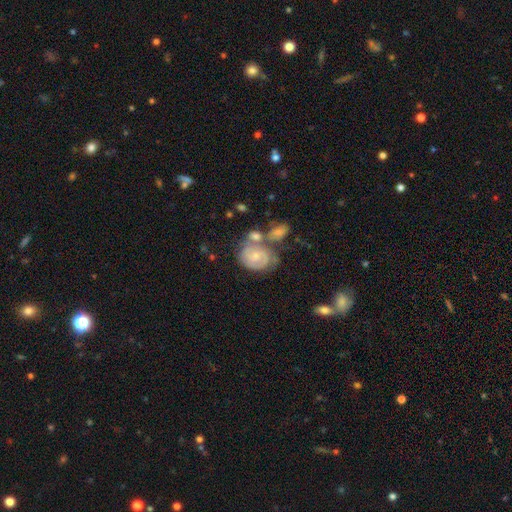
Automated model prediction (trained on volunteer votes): Smooth or featured? Predicted: featured or disk (p=0.63). Edge-on disk? Predicted: no (p=0.97). Bar? Predicted: no (p=0.70). Spiral arms? Predicted: yes (p=0.86). Spiral winding? Predicted: tight (p=0.59). Spiral arm count? Predicted: 2 (p=0.44). Bulge size? Predicted: small (p=0.55). Merging? Predicted: none (p=0.36).